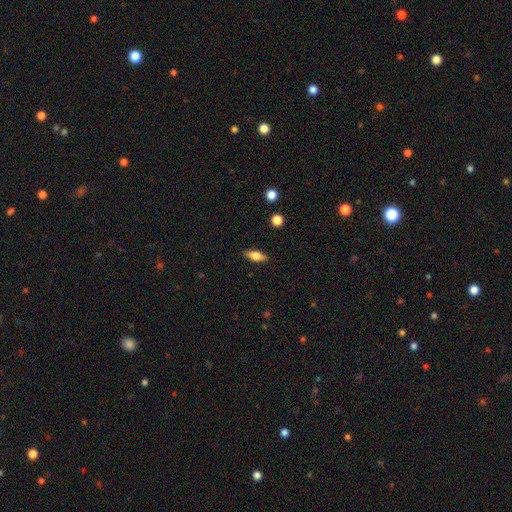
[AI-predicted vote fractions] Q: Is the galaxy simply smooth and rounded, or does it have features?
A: smooth — 67%.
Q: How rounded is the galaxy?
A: in between — 69%.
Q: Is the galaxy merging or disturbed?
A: none — 87%.